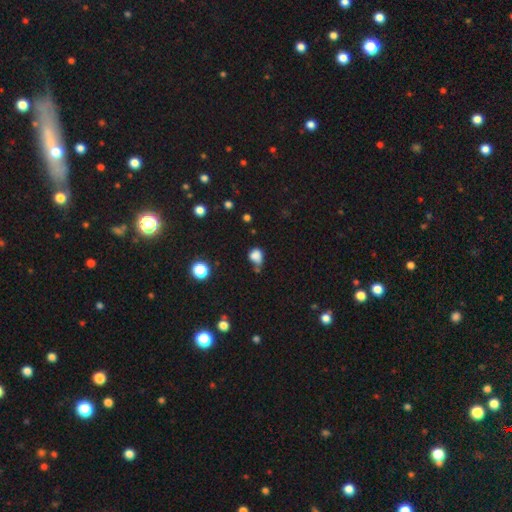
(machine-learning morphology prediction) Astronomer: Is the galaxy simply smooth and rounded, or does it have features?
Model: smooth — 79%.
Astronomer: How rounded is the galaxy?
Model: round — 61% (runner-up: in between, 38%).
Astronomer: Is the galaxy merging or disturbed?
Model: none — 42% (runner-up: minor disturbance, 31%).